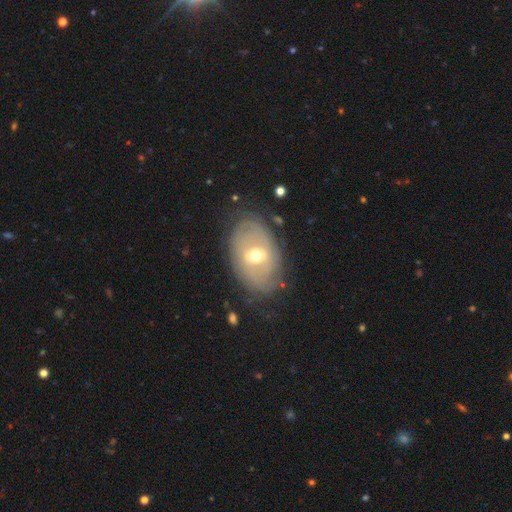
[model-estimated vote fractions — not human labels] Morphology: type=featured or disk (65%); edge-on=no (93%); bar=weak (47%); spiral arms=yes (55%); bulge=moderate (65%); merging=none (73%).